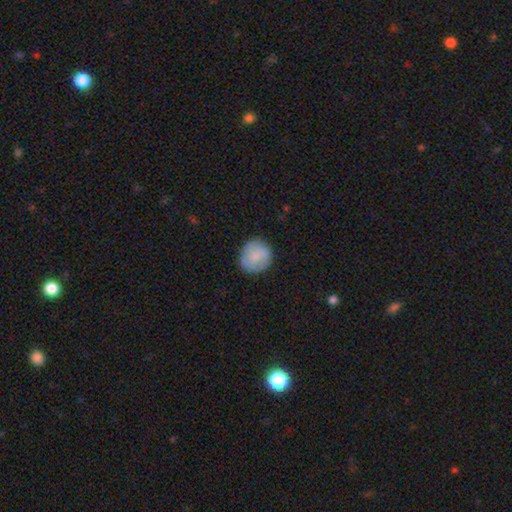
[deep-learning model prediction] A smooth galaxy with no disk features (80%) that is round (90%).

Vote fractions:
- Smooth or featured? smooth: 80% / featured or disk: 13% / star or artifact: 7%
- How rounded? round: 90% / in between: 9% / cigar-shaped: 1%
- Merging? none: 84% / minor disturbance: 12% / major disturbance: 3% / merger: 1%